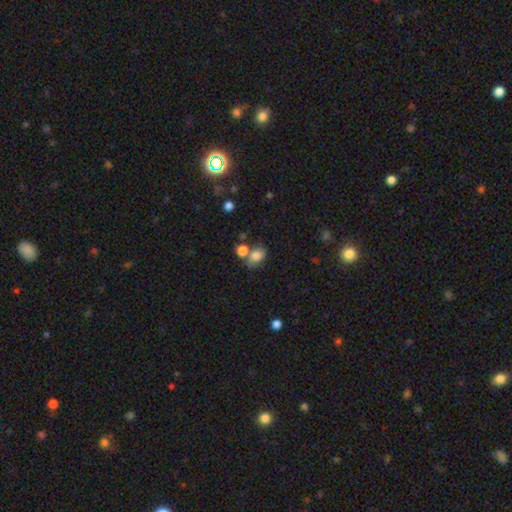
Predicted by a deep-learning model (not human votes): Smooth or featured? smooth (77%)
How rounded? in between (66%)
Merging? none (48%)